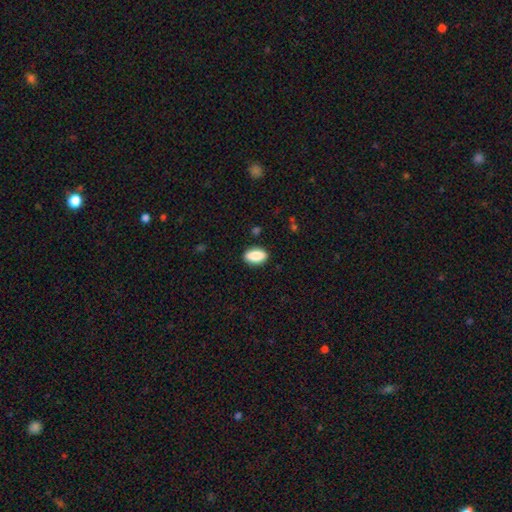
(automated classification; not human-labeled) Smooth or featured: smooth — 87% (star or artifact — 7%)
How rounded: in between — 91% (round — 5%)
Merging: none — 87% (minor disturbance — 9%)